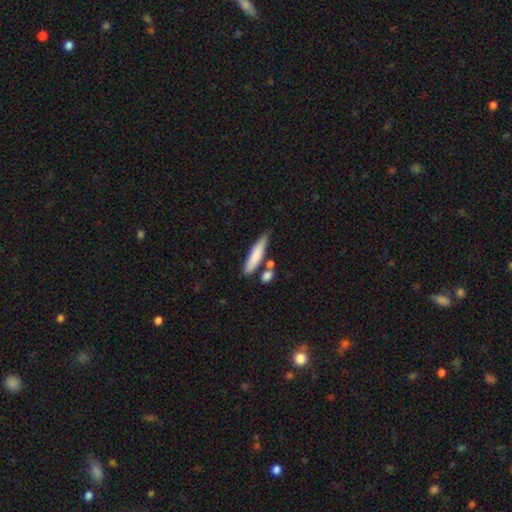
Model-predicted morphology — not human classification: type=smooth (79%); roundness=cigar-shaped (76%); merging=none (66%).